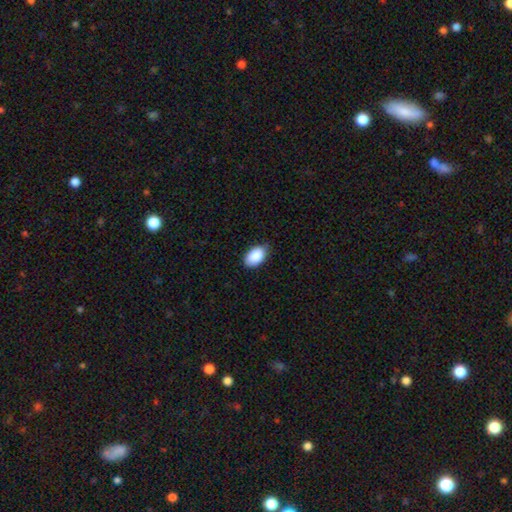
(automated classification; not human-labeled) Smooth or featured? Predicted: smooth (p=0.89). How rounded? Predicted: in between (p=0.93). Merging? Predicted: none (p=0.78).